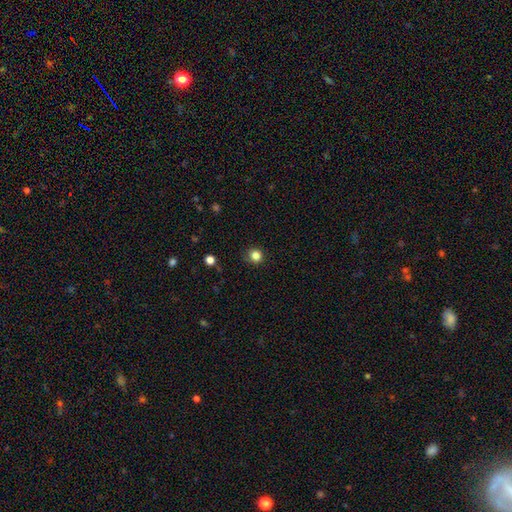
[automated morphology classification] Smooth or featured: smooth — 83% (star or artifact — 12%)
How rounded: round — 86% (in between — 13%)
Merging: none — 81% (minor disturbance — 14%)